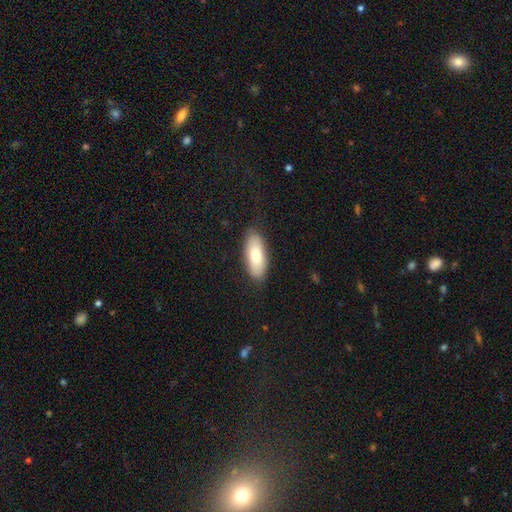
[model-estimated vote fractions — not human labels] smooth 74%, featured or disk 20%, star or artifact 6%. Down the decision tree: how rounded — in between (83%); merging — none (85%).